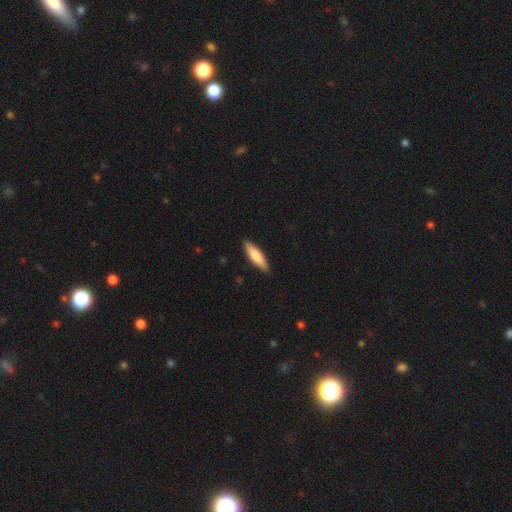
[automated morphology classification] Smooth or featured?
  - smooth: 77% *
  - featured or disk: 17%
  - star or artifact: 5%
How rounded?
  - cigar-shaped: 65% *
  - in between: 34%
  - round: 1%
Merging?
  - none: 89% *
  - minor disturbance: 8%
  - major disturbance: 2%
  - merger: 1%